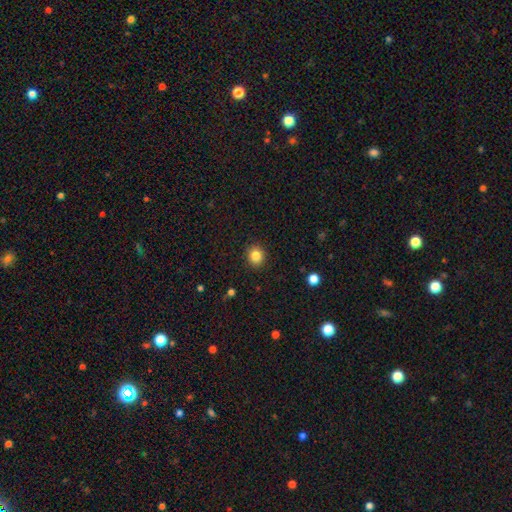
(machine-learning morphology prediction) Smooth or featured? Predicted: smooth (p=0.85). How rounded? Predicted: round (p=0.77). Merging? Predicted: none (p=0.90).